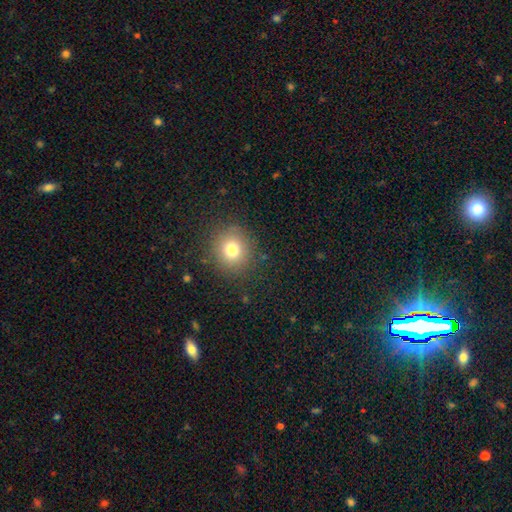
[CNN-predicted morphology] A smooth galaxy with no disk features (58%) that is round (90%). Merging: none (91%).